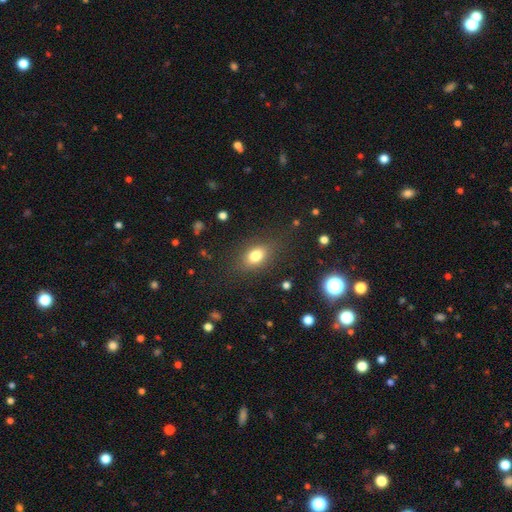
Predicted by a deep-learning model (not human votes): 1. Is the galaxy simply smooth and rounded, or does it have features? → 79% smooth, 11% star or artifact, 10% featured or disk.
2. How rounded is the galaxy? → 77% in between, 20% round, 3% cigar-shaped.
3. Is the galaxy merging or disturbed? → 81% none, 13% minor disturbance, 5% major disturbance, 1% merger.